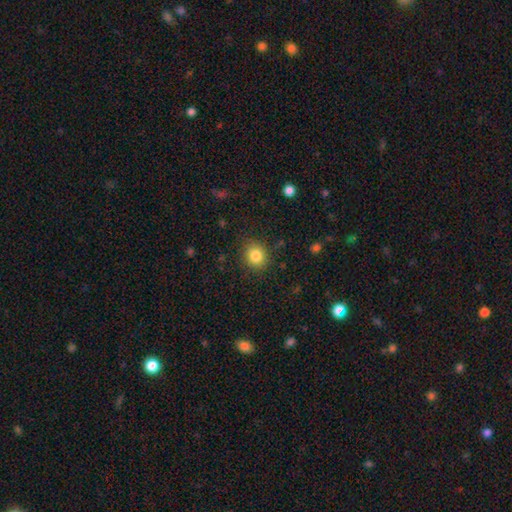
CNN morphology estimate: Q: Smooth or featured?
A: smooth (83%); runner-up: star or artifact (11%)
Q: How rounded?
A: round (81%); runner-up: in between (18%)
Q: Merging?
A: none (87%); runner-up: minor disturbance (9%)